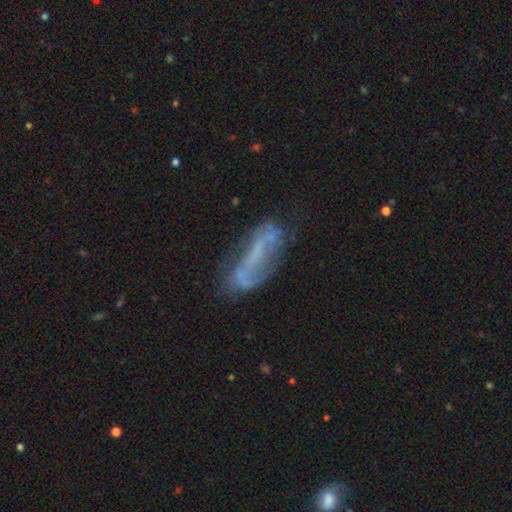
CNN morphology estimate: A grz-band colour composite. It shows a featured or disk galaxy (62%) with no bar (44%), no spiral arms (50%, tied with yes) and no central bulge (65%). Merging: none (53%).